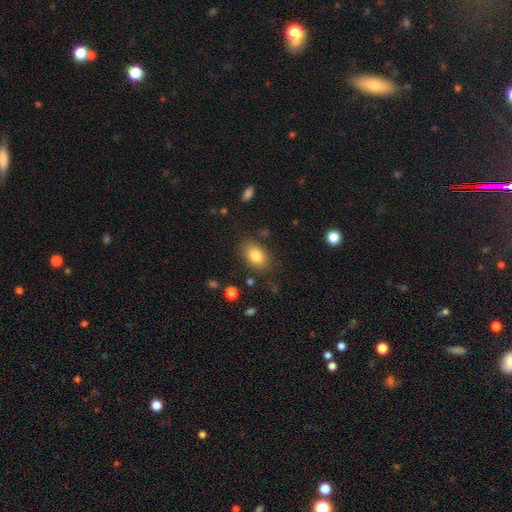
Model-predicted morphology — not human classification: smooth 82%, featured or disk 9%, star or artifact 9%. Down the decision tree: how rounded — in between (83%); merging — none (82%).